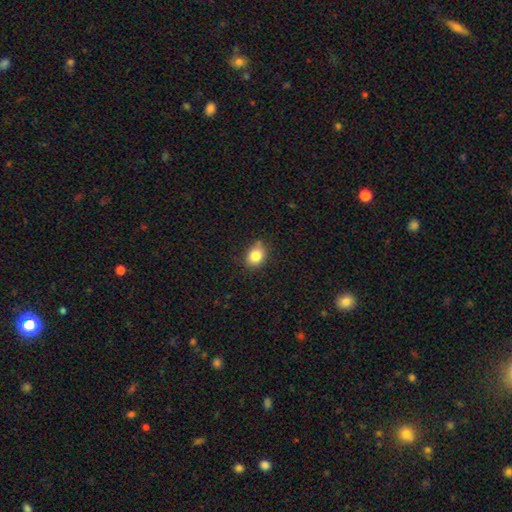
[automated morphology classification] Overall: smooth (83%). How rounded: round (51%; in between 48%). Merging: none (78%).